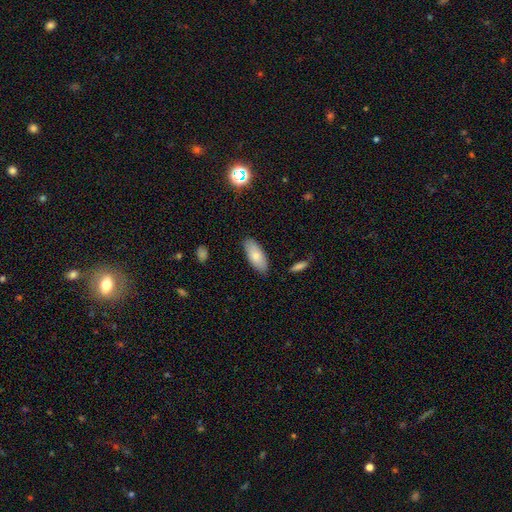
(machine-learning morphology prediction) The model was most divided on "smooth or featured": smooth: 80%, featured or disk: 14%, star or artifact: 6%. More confident: merging — none (85%); how rounded — in between (84%).